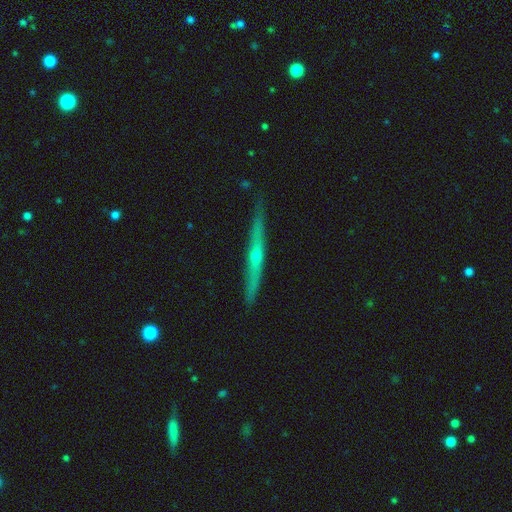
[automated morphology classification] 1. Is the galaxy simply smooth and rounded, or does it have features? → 78% featured or disk, 15% smooth, 6% star or artifact.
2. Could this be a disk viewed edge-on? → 97% yes, 3% no.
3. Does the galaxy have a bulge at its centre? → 79% rounded, 18% none, 3% boxy.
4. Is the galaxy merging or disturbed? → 88% none, 10% minor disturbance, 2% major disturbance, 1% merger.